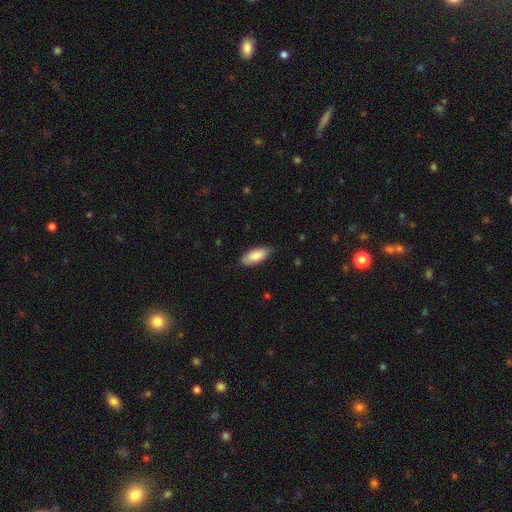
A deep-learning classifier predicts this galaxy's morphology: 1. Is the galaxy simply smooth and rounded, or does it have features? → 86% smooth, 8% featured or disk, 5% star or artifact.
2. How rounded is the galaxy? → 85% in between, 13% cigar-shaped, 2% round.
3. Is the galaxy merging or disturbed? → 80% none, 16% minor disturbance, 3% major disturbance, 1% merger.